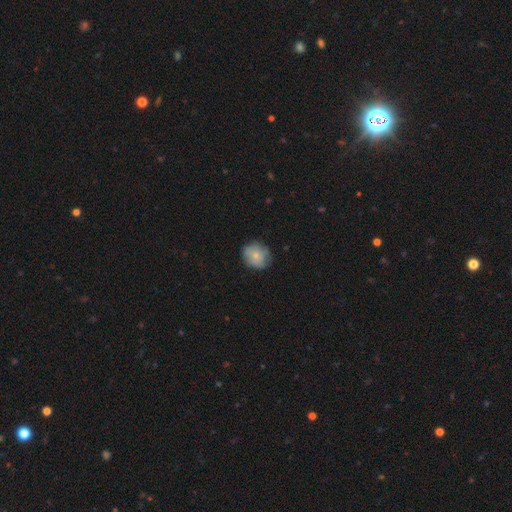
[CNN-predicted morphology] Smooth or featured? smooth (72%)
How rounded? round (81%)
Merging? none (77%)